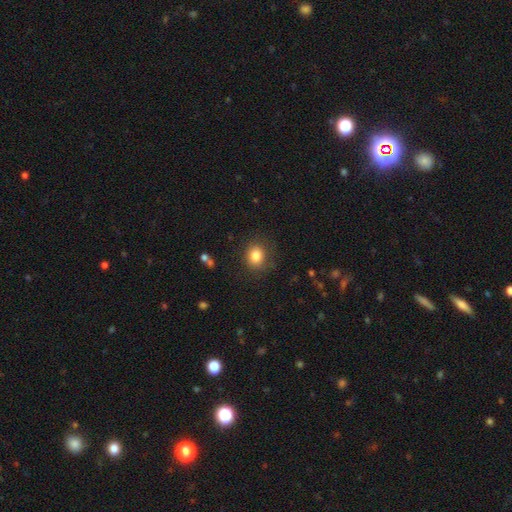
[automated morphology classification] A smooth galaxy with no disk features (83%) that is round (69%). Merging: none (83%).